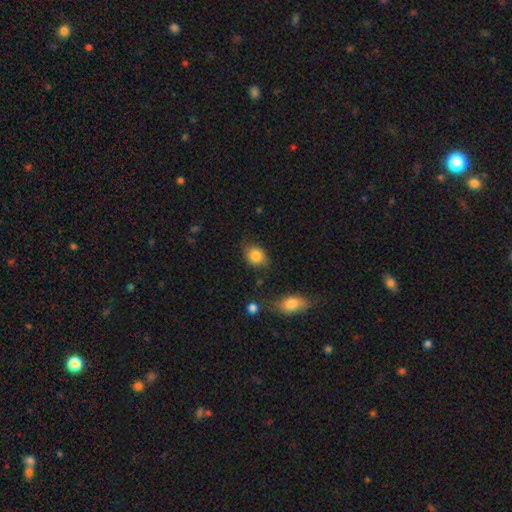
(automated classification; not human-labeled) Smooth or featured? smooth (84%)
How rounded? in between (59%)
Merging? none (70%)